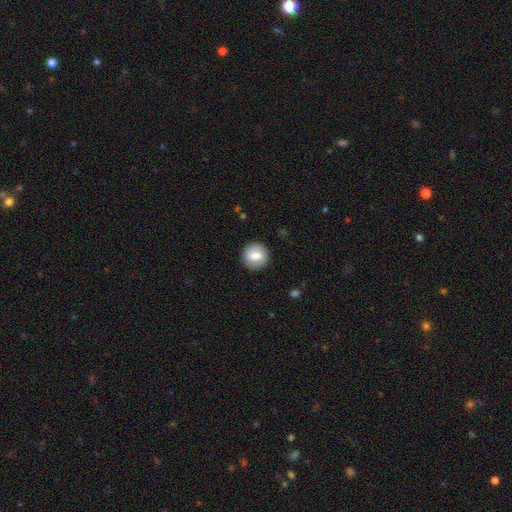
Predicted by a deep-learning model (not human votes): Smooth or featured? Predicted: smooth (p=0.68). How rounded? Predicted: round (p=0.87). Merging? Predicted: none (p=0.88).